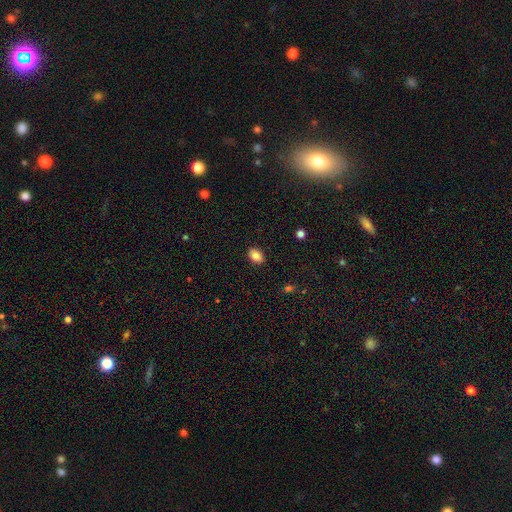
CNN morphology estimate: smooth-or-featured: smooth: 86% | star or artifact: 8% | featured or disk: 6%
  how-rounded: in between: 86% | round: 12% | cigar-shaped: 1%
  merging: none: 89% | minor disturbance: 8% | major disturbance: 2% | merger: 1%